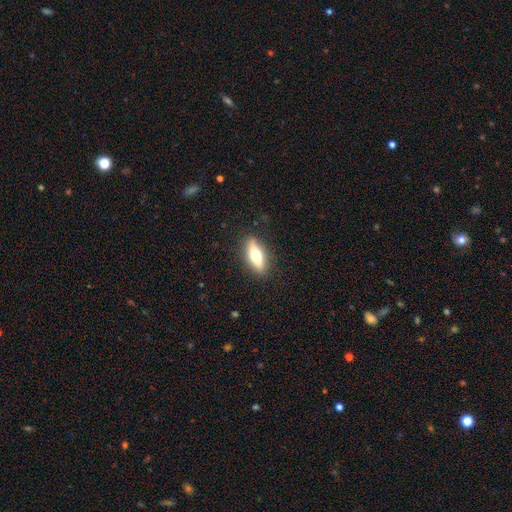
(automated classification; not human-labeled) A smooth galaxy with no disk features (59%) that is in between round and cigar-shaped (58%).

Vote fractions:
- Smooth or featured? smooth: 59% / featured or disk: 34% / star or artifact: 6%
- How rounded? in between: 58% / cigar-shaped: 39% / round: 3%
- Merging? none: 87% / minor disturbance: 9% / major disturbance: 2% / merger: 1%